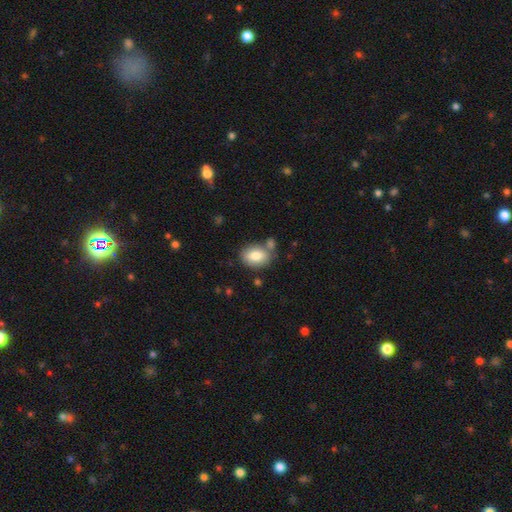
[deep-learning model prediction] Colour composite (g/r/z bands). It shows a smooth galaxy with no disk features (80%) that is in between round and cigar-shaped (72%). Merging: none (65%).